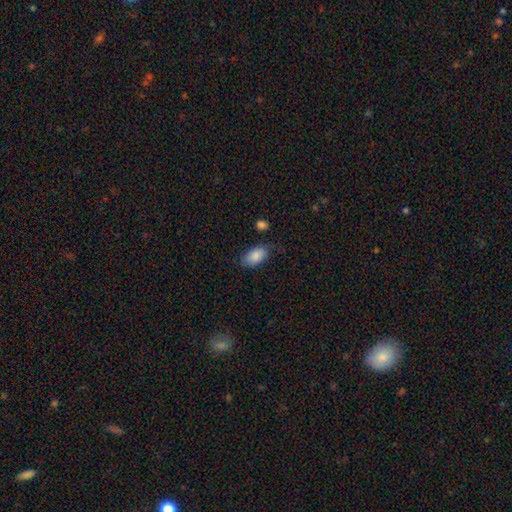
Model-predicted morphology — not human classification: type=smooth (86%); roundness=in between (93%); merging=none (67%).